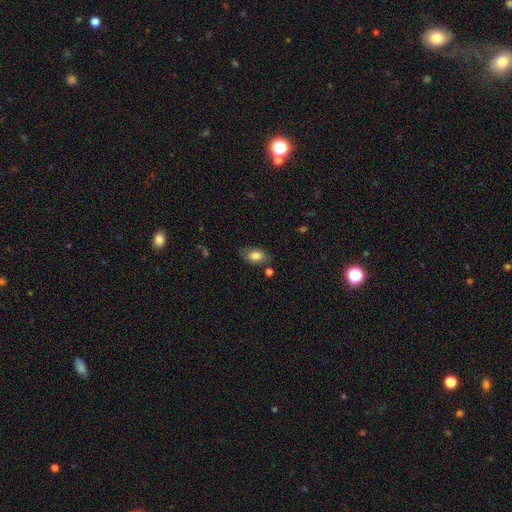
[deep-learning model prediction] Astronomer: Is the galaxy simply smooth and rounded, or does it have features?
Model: smooth — 78%.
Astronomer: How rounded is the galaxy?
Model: in between — 91%.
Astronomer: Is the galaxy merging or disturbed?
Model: none — 77%.